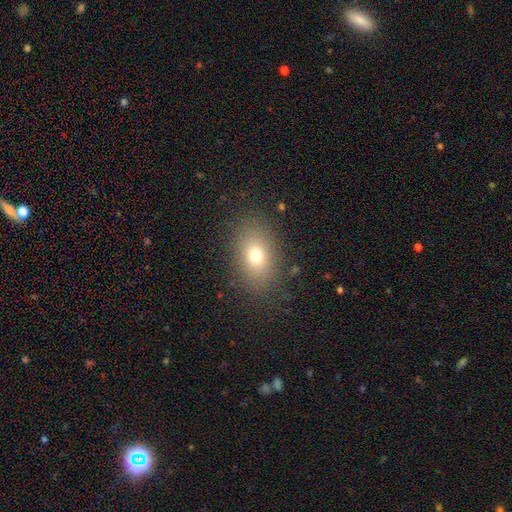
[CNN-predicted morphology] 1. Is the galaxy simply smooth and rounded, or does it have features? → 74% smooth, 13% featured or disk, 13% star or artifact.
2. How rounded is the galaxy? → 81% in between, 17% round, 2% cigar-shaped.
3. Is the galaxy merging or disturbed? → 84% none, 10% minor disturbance, 5% major disturbance, 1% merger.